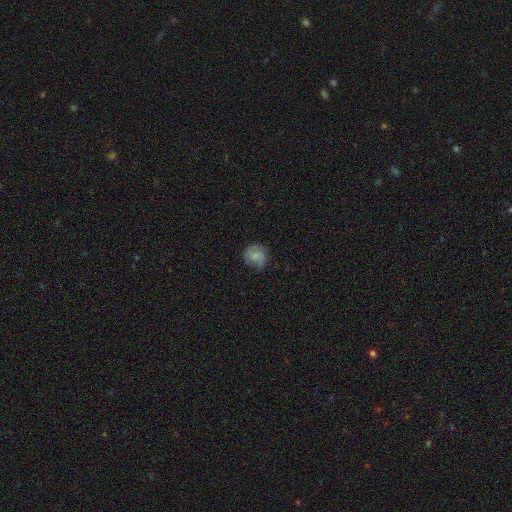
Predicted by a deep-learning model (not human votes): Smooth or featured? smooth (71%)
How rounded? round (81%)
Merging? none (64%)